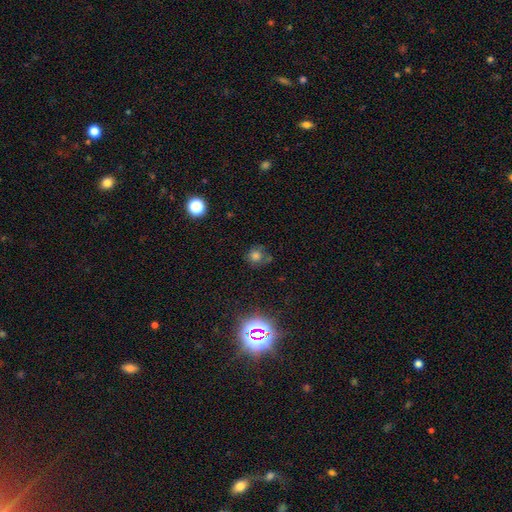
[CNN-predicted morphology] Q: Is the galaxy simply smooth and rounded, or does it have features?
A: smooth — 67%.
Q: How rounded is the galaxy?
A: round — 86%.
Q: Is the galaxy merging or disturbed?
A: none — 64%.